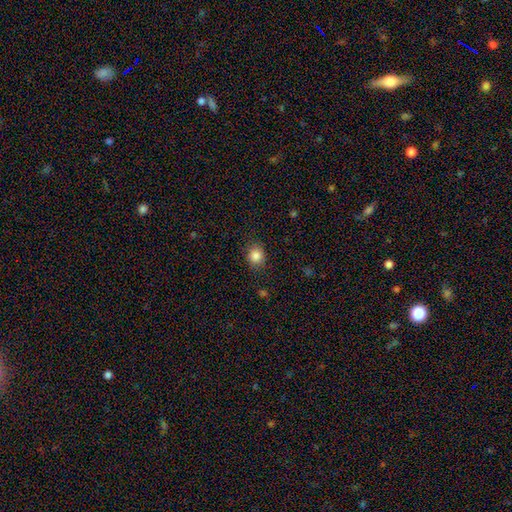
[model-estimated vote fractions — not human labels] smooth_or_featured: smooth (p=0.85) [alt: star or artifact p=0.10]
how_rounded: round (p=0.73) [alt: in between p=0.26]
merging: none (p=0.85) [alt: minor disturbance p=0.11]